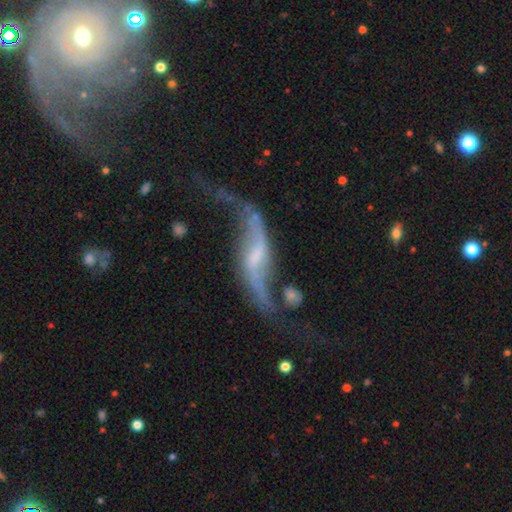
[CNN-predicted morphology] type=featured or disk (86%); edge-on=no (88%); bar=weak (43%); spiral arms=yes (92%); winding=loose (94%); arm count=2 (92%); bulge=small (42%); merging=none (48%).